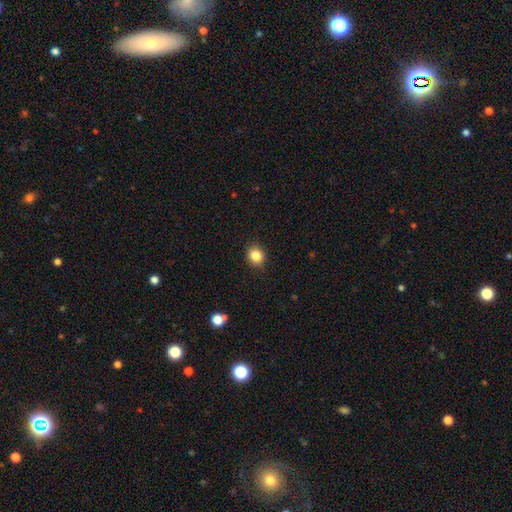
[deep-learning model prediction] smooth_or_featured: smooth (p=0.85) [alt: star or artifact p=0.10]
how_rounded: round (p=0.71) [alt: in between p=0.29]
merging: none (p=0.89) [alt: minor disturbance p=0.08]